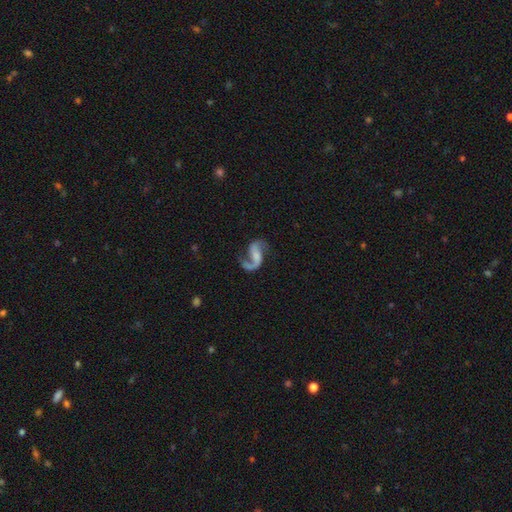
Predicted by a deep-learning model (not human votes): Overall: featured or disk (85%). Edge-on disk: no (98%). Bar: no (37%; weak 36%). Spiral arms: yes (96%). Spiral arm count: 2 (77%). Spiral winding: loose (65%; medium 30%). Bulge size: none (49%; small 22%). Merging: none (59%; major disturbance 20%).